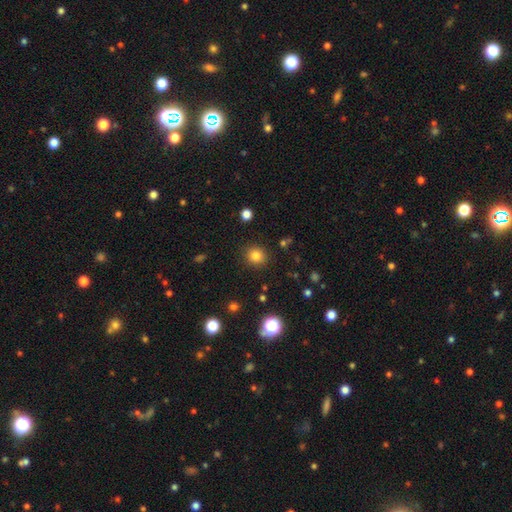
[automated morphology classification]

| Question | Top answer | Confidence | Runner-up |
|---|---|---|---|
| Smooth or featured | smooth | 82% | star or artifact (13%) |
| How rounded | round | 86% | in between (13%) |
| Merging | none | 89% | minor disturbance (7%) |